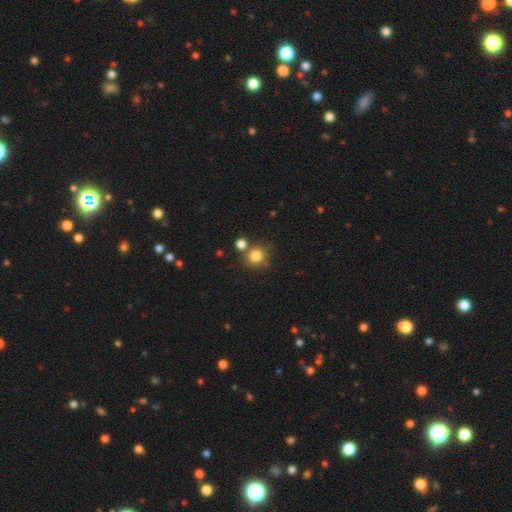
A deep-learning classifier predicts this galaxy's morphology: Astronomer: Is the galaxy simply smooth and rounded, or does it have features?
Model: smooth — 82%.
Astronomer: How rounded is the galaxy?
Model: round — 89%.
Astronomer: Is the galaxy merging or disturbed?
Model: none — 69%.